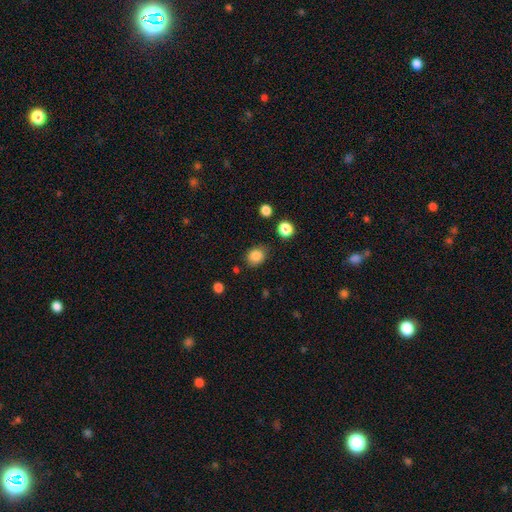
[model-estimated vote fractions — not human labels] smooth_or_featured: smooth (p=0.85) [alt: star or artifact p=0.11]
how_rounded: round (p=0.64) [alt: in between p=0.35]
merging: none (p=0.80) [alt: minor disturbance p=0.14]